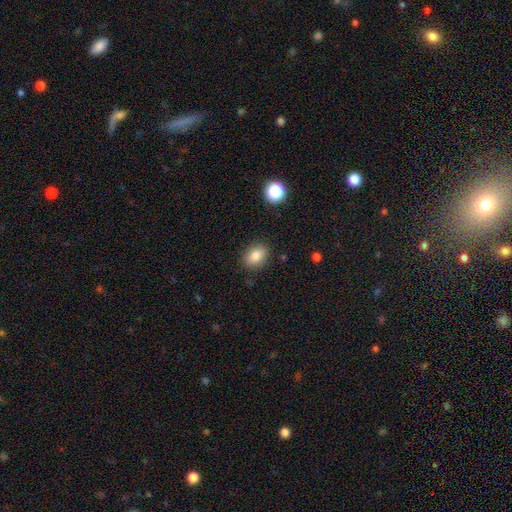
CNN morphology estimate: Smooth or featured? Predicted: smooth (p=0.83). How rounded? Predicted: in between (p=0.70). Merging? Predicted: none (p=0.87).